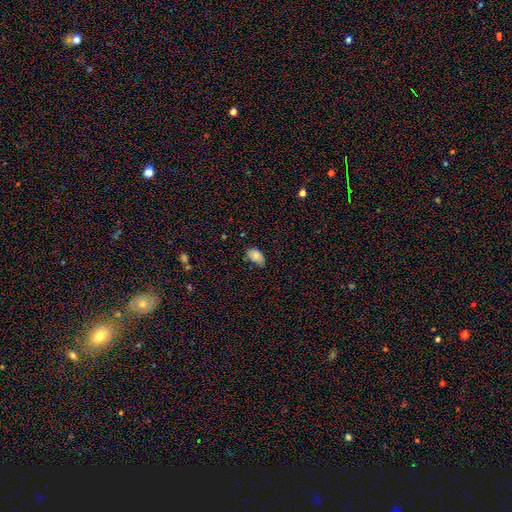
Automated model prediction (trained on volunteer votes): smooth_or_featured: smooth (p=0.85) [alt: star or artifact p=0.08]
how_rounded: in between (p=0.90) [alt: round p=0.08]
merging: none (p=0.53) [alt: minor disturbance p=0.38]